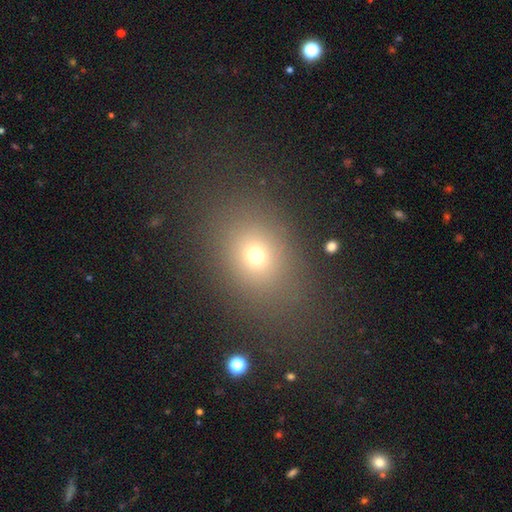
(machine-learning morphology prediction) Smooth or featured? Predicted: smooth (p=0.69). How rounded? Predicted: in between (p=0.55). Merging? Predicted: none (p=0.79).